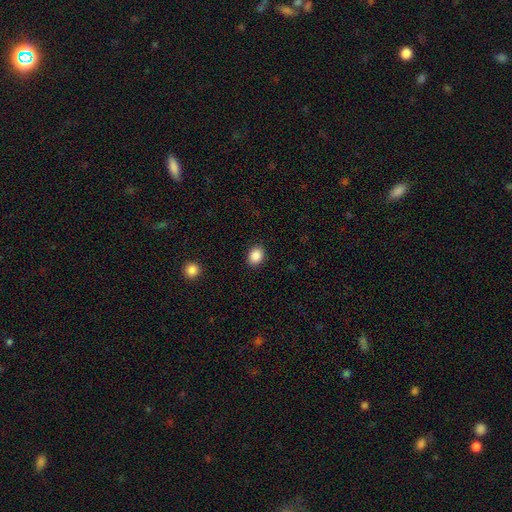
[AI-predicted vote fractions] This appears to be a smooth galaxy with no disk features (88%) that is in between round and cigar-shaped (54%). Merging: none (90%).